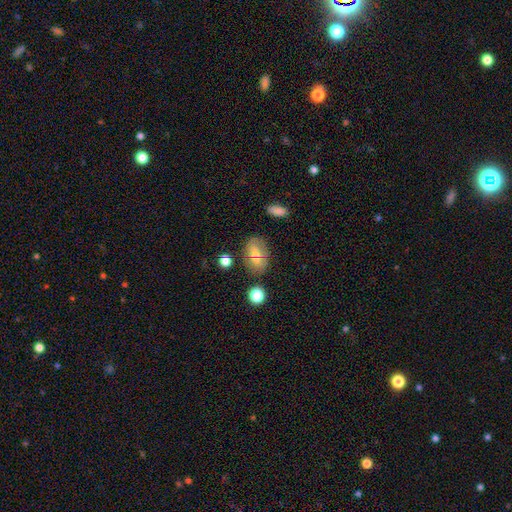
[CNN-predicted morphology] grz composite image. It shows a smooth galaxy with no disk features (60%) that is in between round and cigar-shaped (85%). Merging: none (73%).